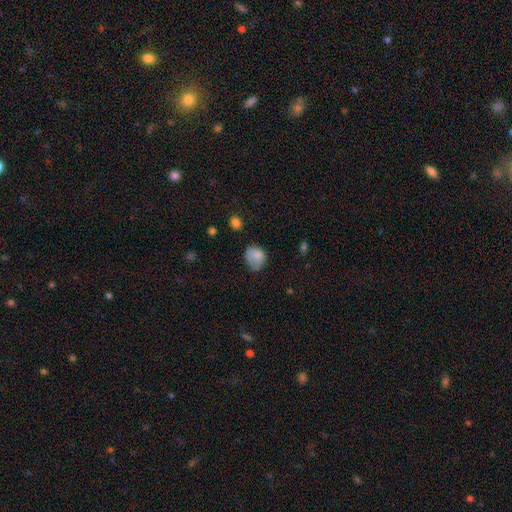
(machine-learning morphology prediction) This is likely a smooth galaxy (80%). How rounded: possibly round (55%). Merging: possibly none (46%).